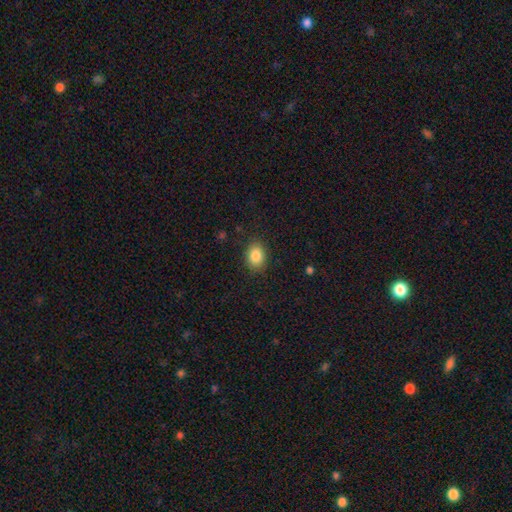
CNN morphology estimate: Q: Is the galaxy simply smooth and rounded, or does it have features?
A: smooth — 86%.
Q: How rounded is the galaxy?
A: in between — 69%.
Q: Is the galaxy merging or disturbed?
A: none — 86%.